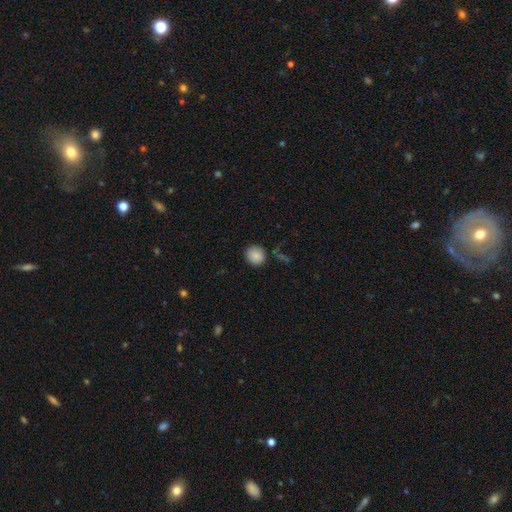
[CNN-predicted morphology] A smooth galaxy with no disk features (87%) that is round (86%). Merging: none (84%).